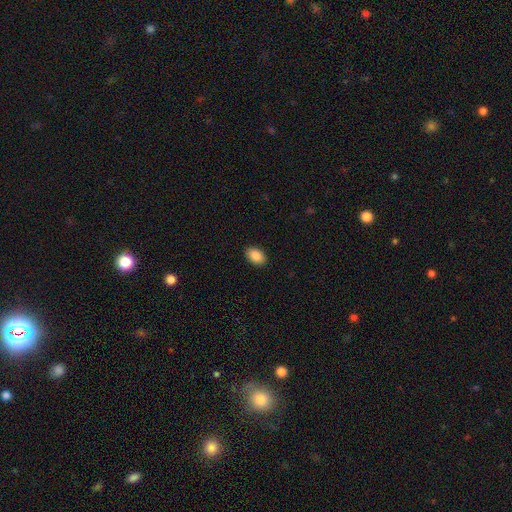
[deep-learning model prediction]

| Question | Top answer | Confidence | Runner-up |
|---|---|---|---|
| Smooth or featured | smooth | 88% | star or artifact (7%) |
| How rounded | in between | 87% | round (12%) |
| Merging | none | 90% | minor disturbance (7%) |